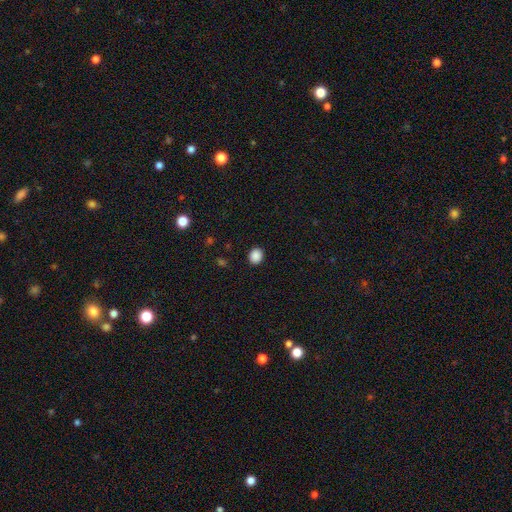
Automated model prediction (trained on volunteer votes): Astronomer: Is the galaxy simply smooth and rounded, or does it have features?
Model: smooth — 88%.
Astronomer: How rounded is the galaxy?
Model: round — 63%.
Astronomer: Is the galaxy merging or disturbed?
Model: none — 90%.